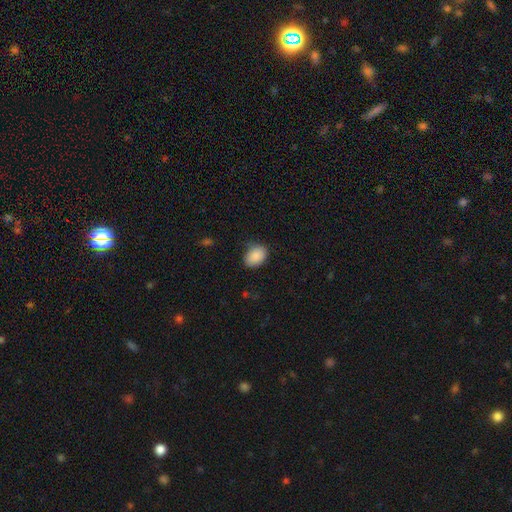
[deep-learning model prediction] smooth-or-featured: smooth: 89% | star or artifact: 8% | featured or disk: 3%
  how-rounded: in between: 78% | round: 21% | cigar-shaped: 1%
  merging: none: 76% | minor disturbance: 18% | major disturbance: 4% | merger: 1%